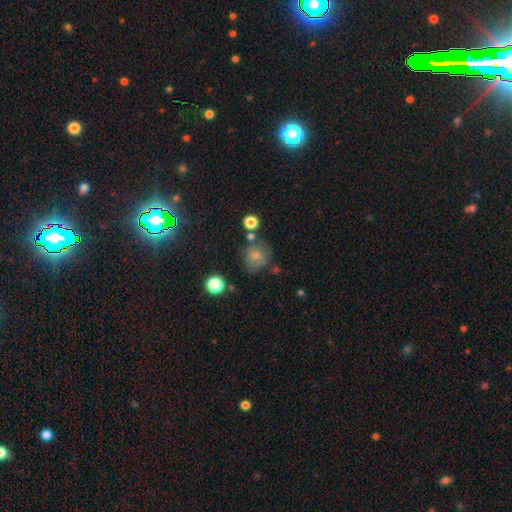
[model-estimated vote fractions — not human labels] A smooth galaxy with no disk features (69%) that is round (80%). Merging: none (59%).